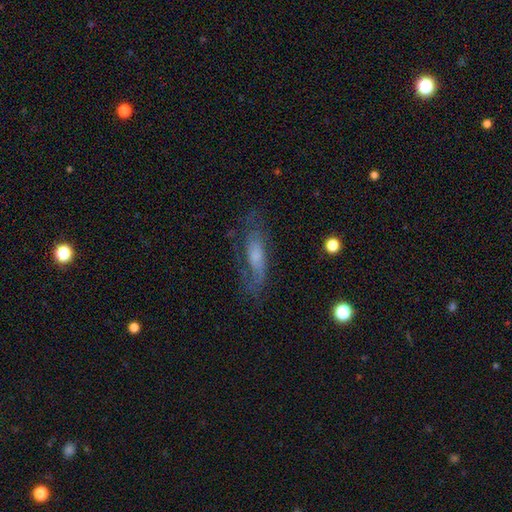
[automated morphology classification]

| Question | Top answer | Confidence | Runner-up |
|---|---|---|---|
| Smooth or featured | featured or disk | 56% | smooth (33%) |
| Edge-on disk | no | 74% | yes (26%) |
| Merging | none | 60% | minor disturbance (22%) |